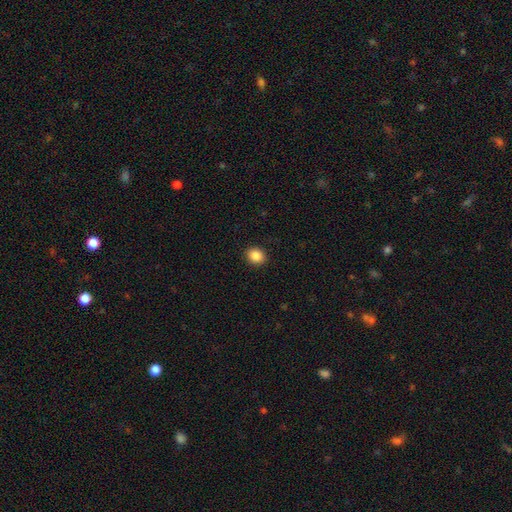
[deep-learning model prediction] The model was most divided on "how rounded": round: 67%, in between: 32%, cigar-shaped: 1%. More confident: merging — none (91%); smooth or featured — smooth (87%).